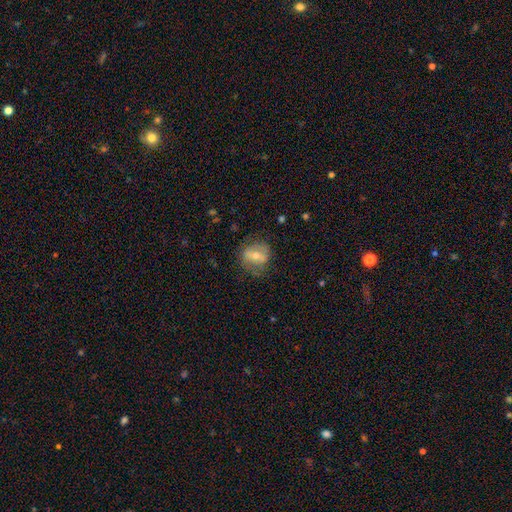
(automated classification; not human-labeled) This appears to be a smooth galaxy with no disk features (46%, tied with featured or disk). Merging: none (71%).